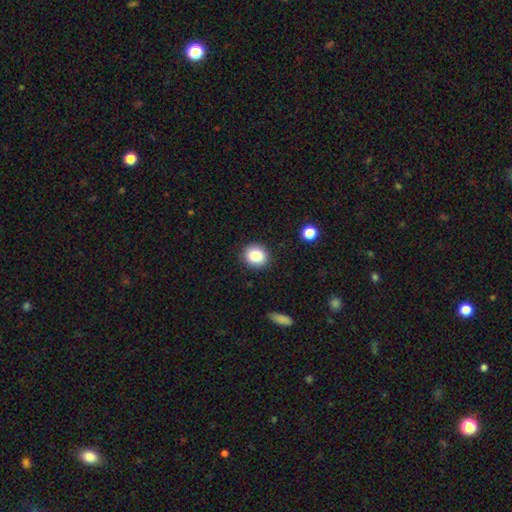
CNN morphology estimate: A smooth galaxy with no disk features (84%) that is round (78%).

Vote fractions:
- Smooth or featured? smooth: 84% / star or artifact: 10% / featured or disk: 7%
- How rounded? round: 78% / in between: 21% / cigar-shaped: 1%
- Merging? none: 90% / minor disturbance: 7% / major disturbance: 2% / merger: 1%